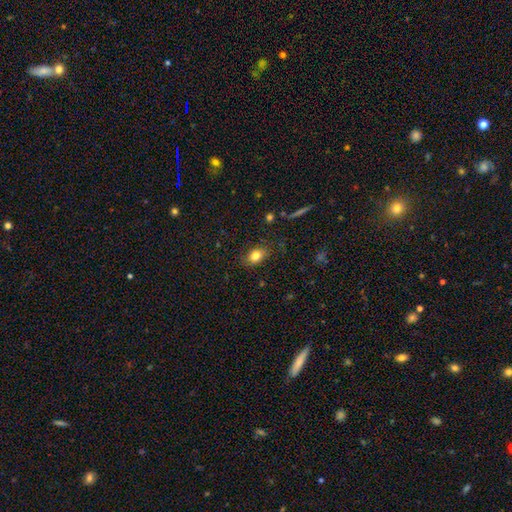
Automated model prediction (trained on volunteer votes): The model was most divided on "how rounded": in between: 77%, round: 21%, cigar-shaped: 2%. More confident: merging — none (80%); smooth or featured — smooth (80%).